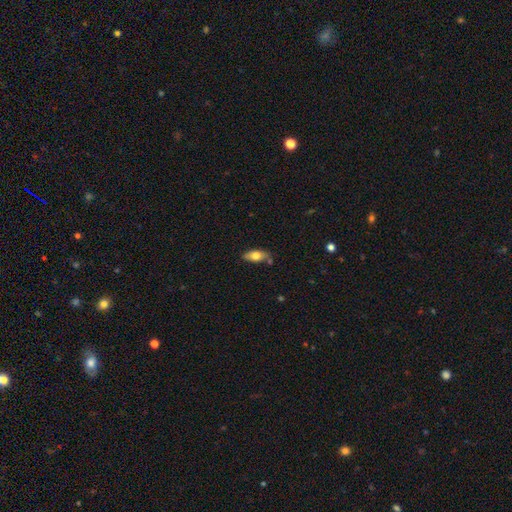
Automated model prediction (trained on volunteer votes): Smooth or featured? smooth (72%)
How rounded? in between (83%)
Merging? none (71%)